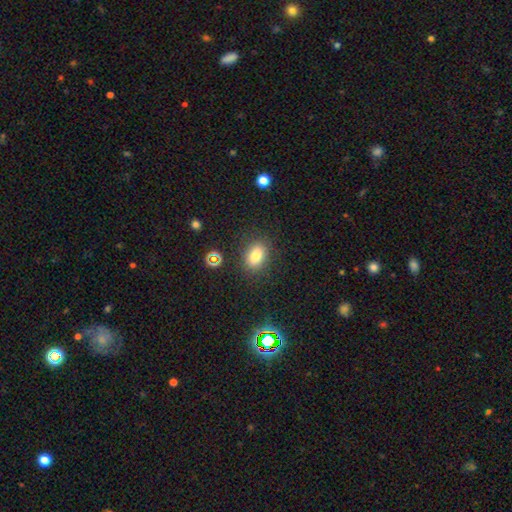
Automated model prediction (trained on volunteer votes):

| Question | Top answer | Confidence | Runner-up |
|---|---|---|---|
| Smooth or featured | smooth | 80% | star or artifact (13%) |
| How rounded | in between | 75% | round (23%) |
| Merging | none | 85% | minor disturbance (10%) |